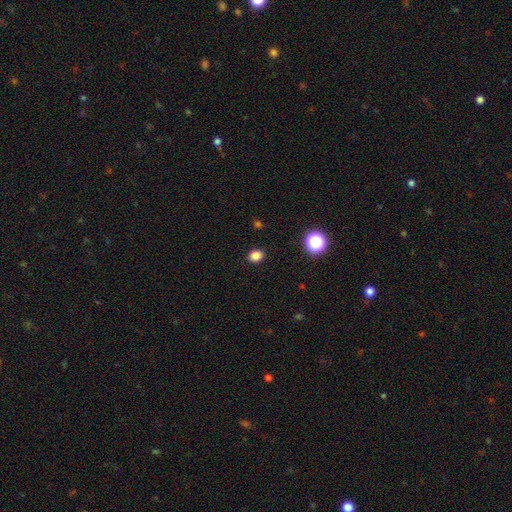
Q: Smooth or featured?
A: smooth (85%); runner-up: featured or disk (10%)
Q: How rounded?
A: round (73%); runner-up: in between (27%)
Q: Merging?
A: none (89%); runner-up: major disturbance (5%)